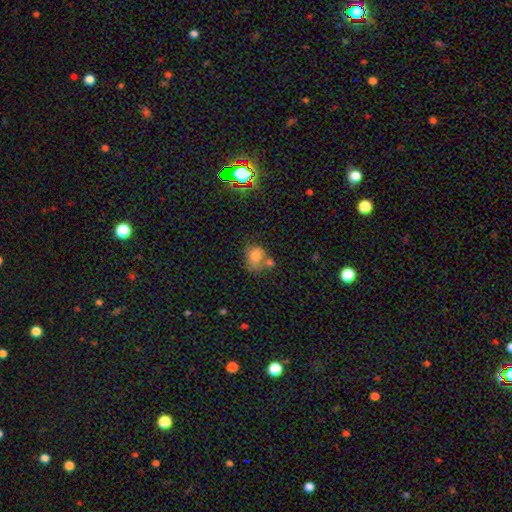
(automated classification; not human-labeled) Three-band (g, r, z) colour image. It shows a smooth galaxy with no disk features (71%) that is round (51%). Merging: none (40%).